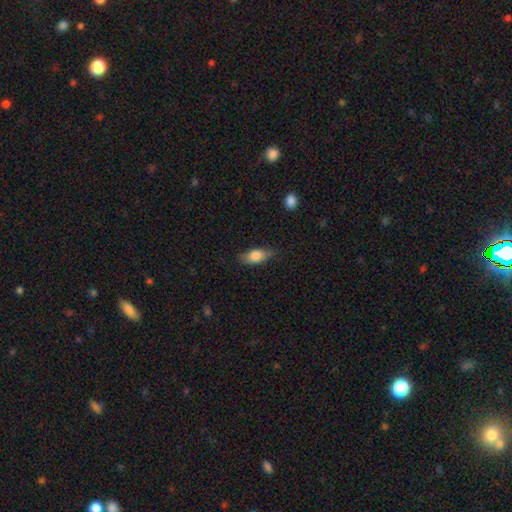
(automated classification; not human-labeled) The model was most divided on "merging": none: 73%, minor disturbance: 21%, major disturbance: 5%, merger: 1%. More confident: how rounded — in between (81%); smooth or featured — smooth (76%).